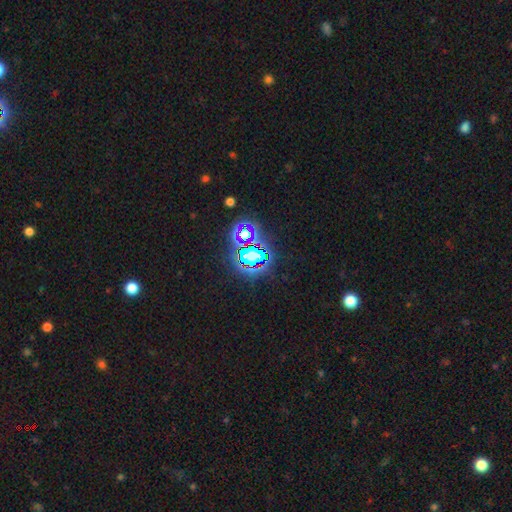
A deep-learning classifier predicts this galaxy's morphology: type=star or artifact (74%).